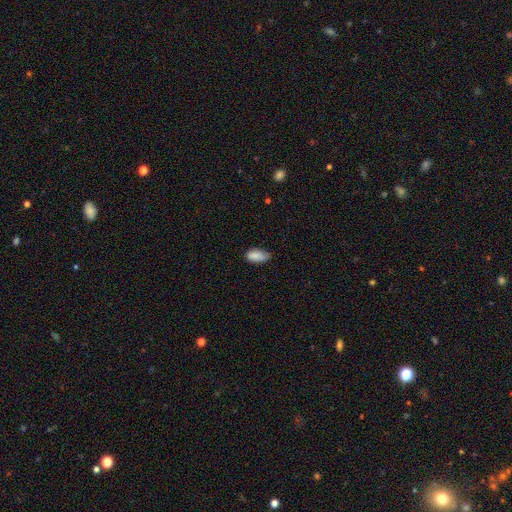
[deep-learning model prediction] This is clearly a smooth galaxy (87%). How rounded: clearly in between (91%). Merging: likely none (62%).